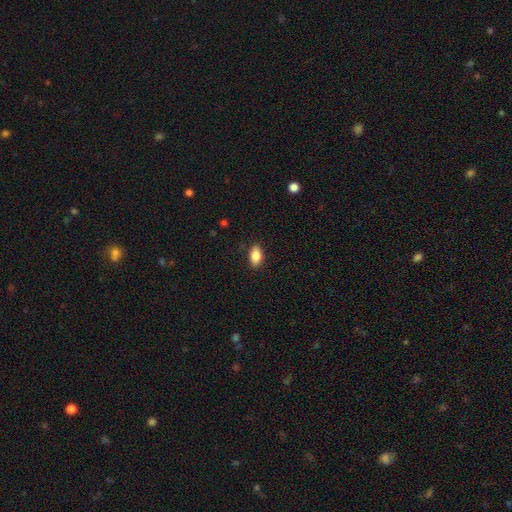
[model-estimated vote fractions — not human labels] smooth 87%, star or artifact 8%, featured or disk 6%. Down the decision tree: how rounded — in between (91%); merging — none (88%).